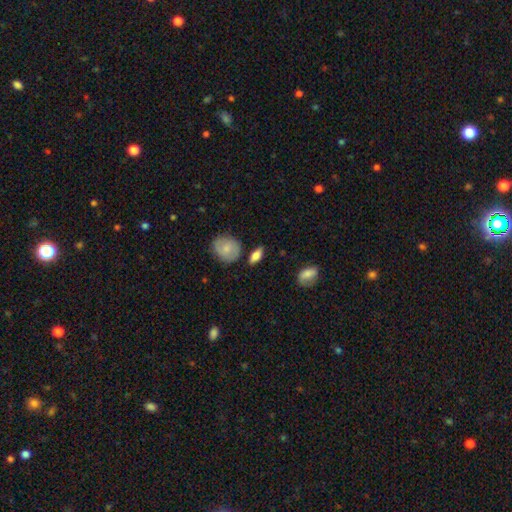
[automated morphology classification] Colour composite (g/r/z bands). It shows a smooth galaxy with no disk features (75%) that is in between round and cigar-shaped (75%). Merging: none (77%).